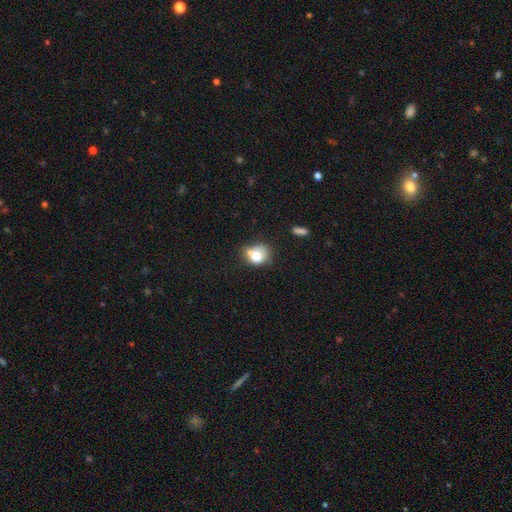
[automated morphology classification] A smooth galaxy with no disk features (72%) that is round (61%). Merging: none (38%).